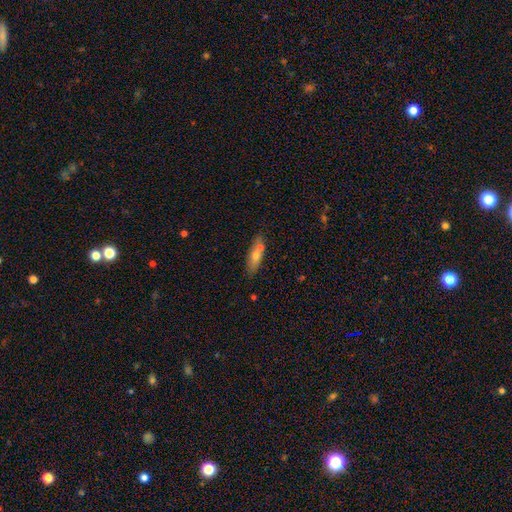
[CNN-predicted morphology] smooth-or-featured: smooth: 64% | featured or disk: 29% | star or artifact: 7%
  how-rounded: in between: 54% | cigar-shaped: 43% | round: 3%
  merging: none: 58% | merger: 24% | minor disturbance: 14% | major disturbance: 4%